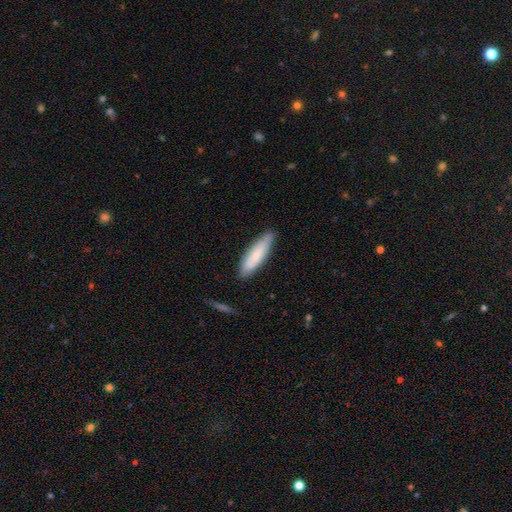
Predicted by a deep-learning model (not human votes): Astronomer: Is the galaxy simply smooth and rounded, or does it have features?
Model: smooth — 74%.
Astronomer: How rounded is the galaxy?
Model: cigar-shaped — 67%.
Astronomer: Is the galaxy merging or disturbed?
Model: none — 82%.